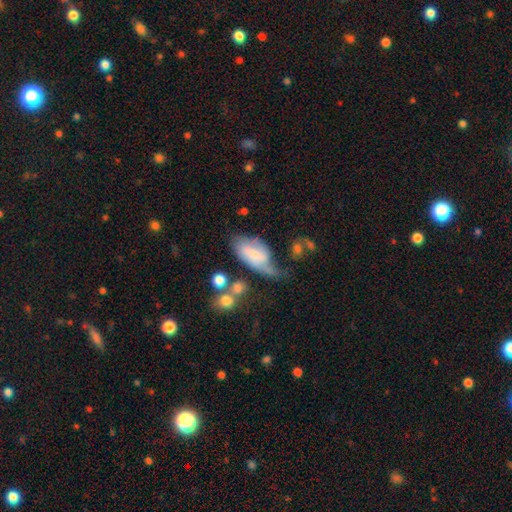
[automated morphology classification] smooth_or_featured: smooth (p=0.50) [alt: featured or disk p=0.43]
merging: major disturbance (p=0.34) [alt: minor disturbance p=0.28]